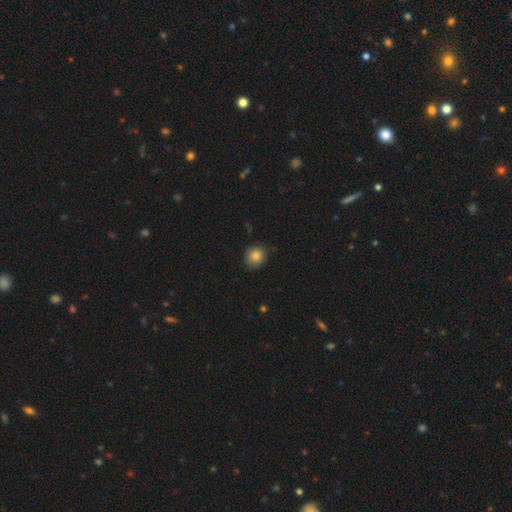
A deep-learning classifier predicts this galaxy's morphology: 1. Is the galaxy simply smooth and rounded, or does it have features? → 84% smooth, 10% star or artifact, 7% featured or disk.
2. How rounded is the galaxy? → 79% round, 20% in between, 1% cigar-shaped.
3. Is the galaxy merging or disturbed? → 79% none, 17% minor disturbance, 3% major disturbance, 1% merger.